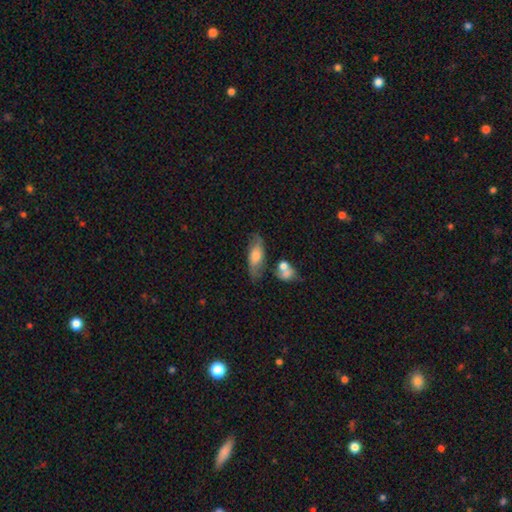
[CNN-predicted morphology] smooth 56%, featured or disk 37%, star or artifact 7%. Down the decision tree: how rounded — in between (72%); merging — none (63%).